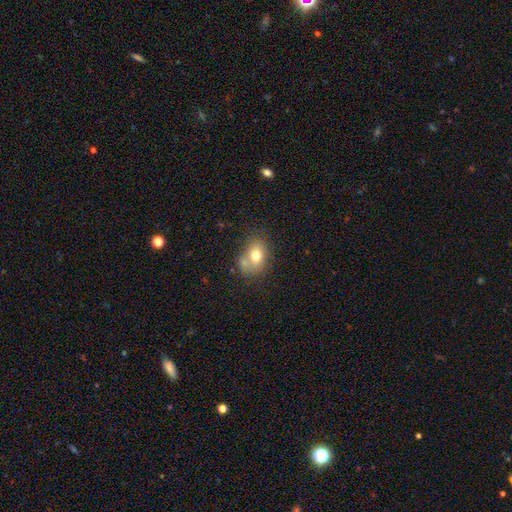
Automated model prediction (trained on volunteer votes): Overall: smooth (73%). How rounded: in between (65%; round 34%). Merging: none (46%; merger 27%).